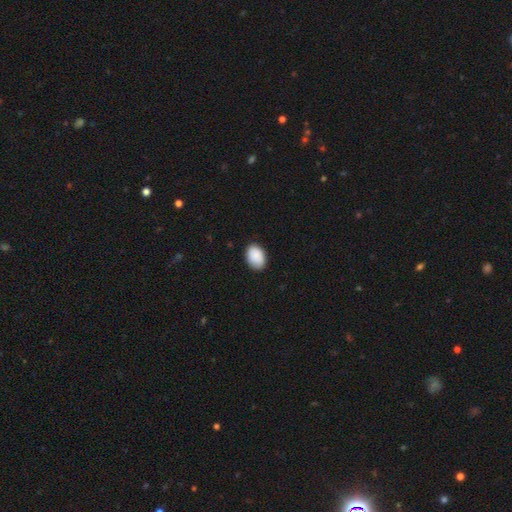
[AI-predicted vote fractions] This appears to be a smooth galaxy with no disk features (90%) that is in between round and cigar-shaped (80%). Merging: none (84%).